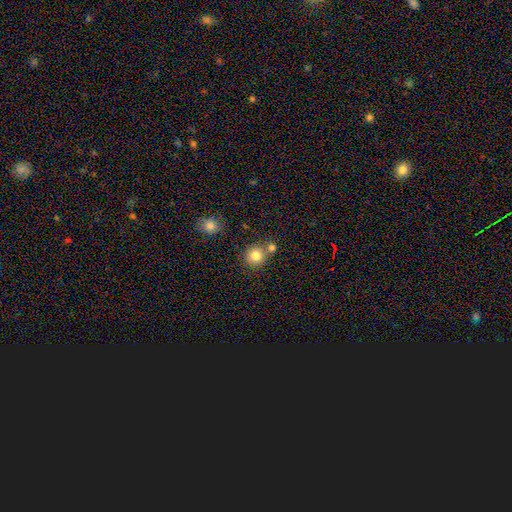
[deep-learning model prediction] smooth-or-featured: smooth: 82% | star or artifact: 10% | featured or disk: 8%
  how-rounded: round: 87% | in between: 12% | cigar-shaped: 1%
  merging: none: 66% | merger: 22% | minor disturbance: 10% | major disturbance: 3%